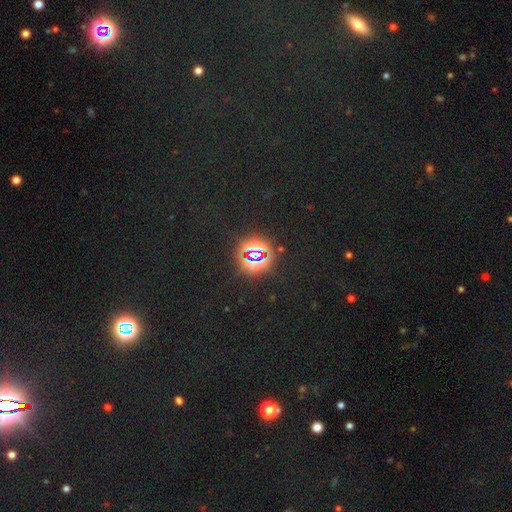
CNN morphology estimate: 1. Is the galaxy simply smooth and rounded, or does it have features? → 78% star or artifact, 14% smooth, 8% featured or disk.